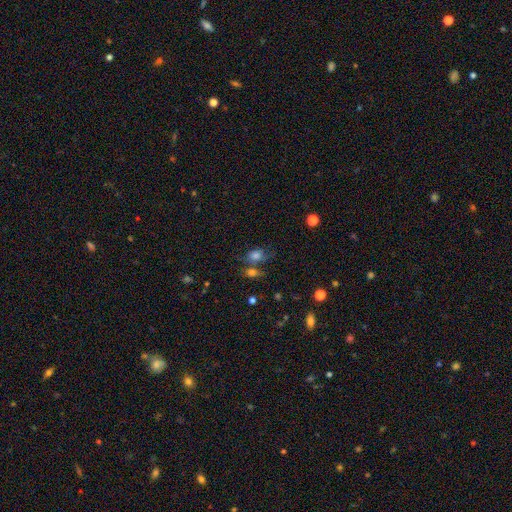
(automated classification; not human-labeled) Smooth or featured? smooth (75%)
How rounded? in between (64%)
Merging? none (44%)